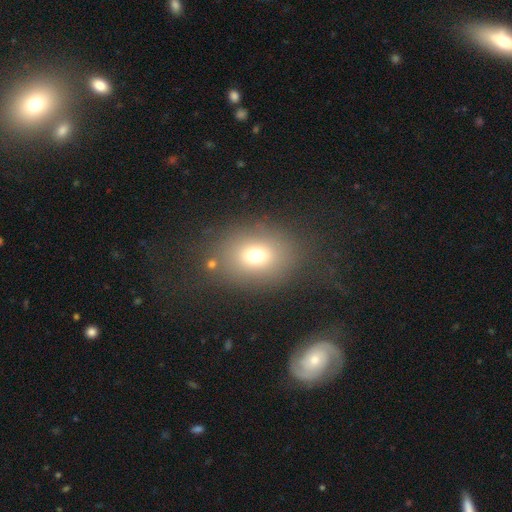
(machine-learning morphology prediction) The model was most divided on "how rounded": in between: 58%, round: 40%, cigar-shaped: 1%. More confident: merging — none (75%); smooth or featured — smooth (71%).